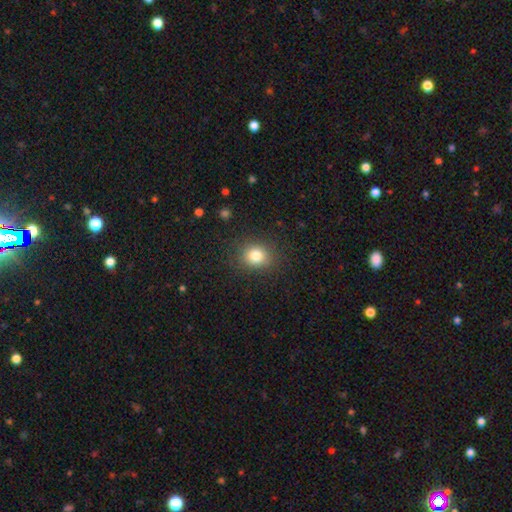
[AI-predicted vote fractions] The model was most divided on "how rounded": round: 69%, in between: 30%, cigar-shaped: 1%. More confident: merging — none (86%); smooth or featured — smooth (82%).